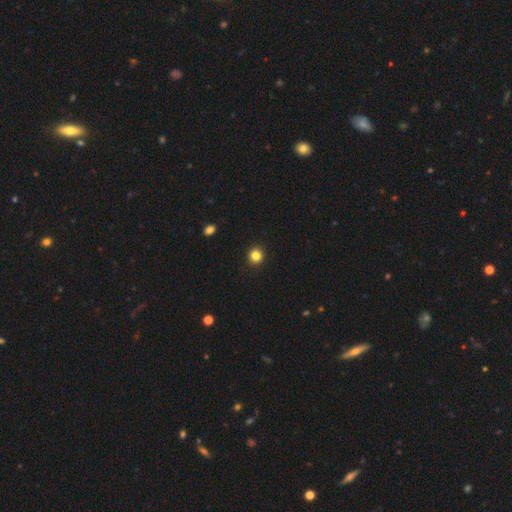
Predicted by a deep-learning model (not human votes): A smooth galaxy with no disk features (83%) that is round (89%). Merging: none (92%).